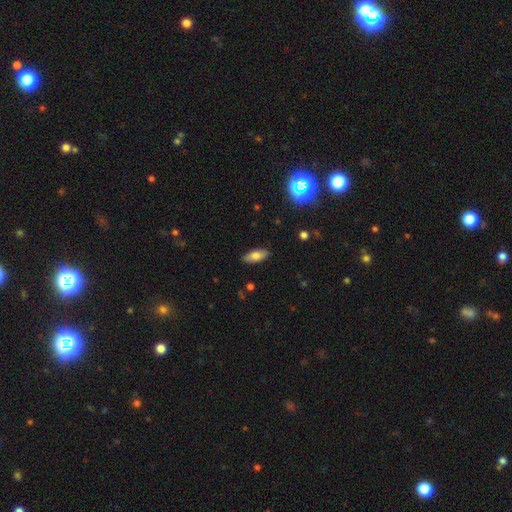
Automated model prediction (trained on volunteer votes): smooth_or_featured: smooth (p=0.78) [alt: featured or disk p=0.15]
how_rounded: in between (p=0.82) [alt: cigar-shaped p=0.16]
merging: none (p=0.87) [alt: minor disturbance p=0.10]